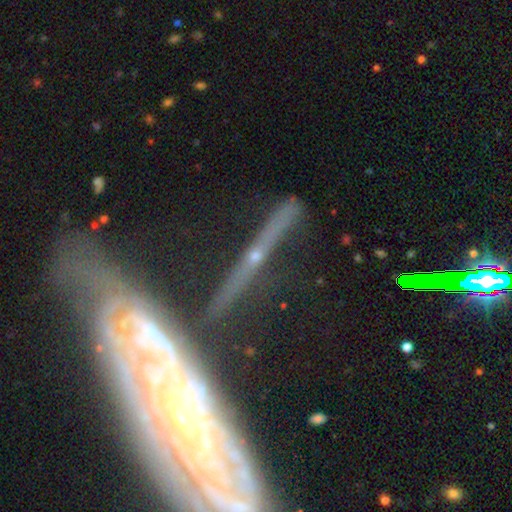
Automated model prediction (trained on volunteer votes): smooth-or-featured: featured or disk: 65% | star or artifact: 21% | smooth: 14%
  disk-edge-on: yes: 78% | no: 22%
    edge-on-bulge: rounded: 66% | none: 25% | boxy: 9%
  merging: none: 70% | minor disturbance: 15% | major disturbance: 7% | merger: 7%